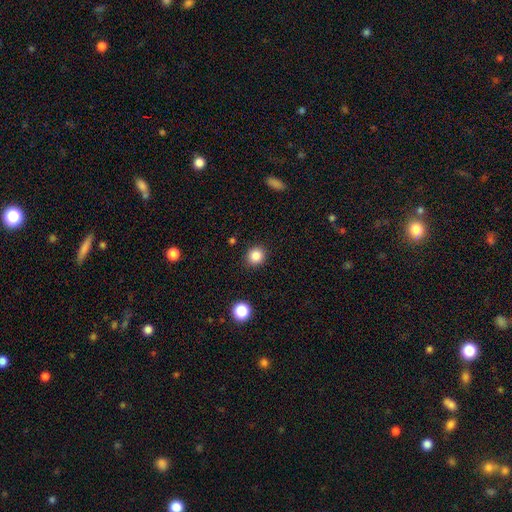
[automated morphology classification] Smooth or featured? smooth (85%)
How rounded? round (89%)
Merging? none (90%)